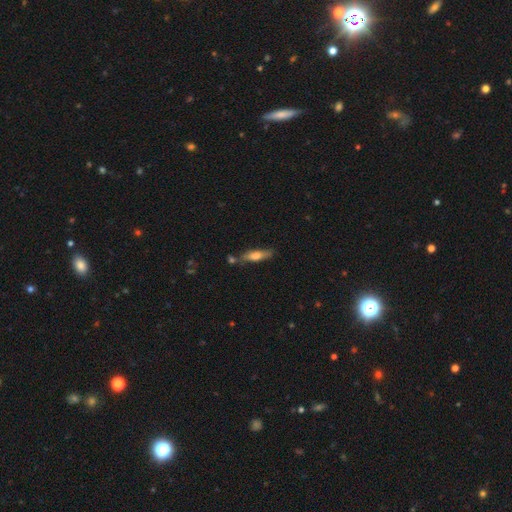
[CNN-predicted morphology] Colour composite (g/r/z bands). It shows a smooth galaxy with no disk features (57%) that is cigar-shaped (70%). Merging: none (66%).